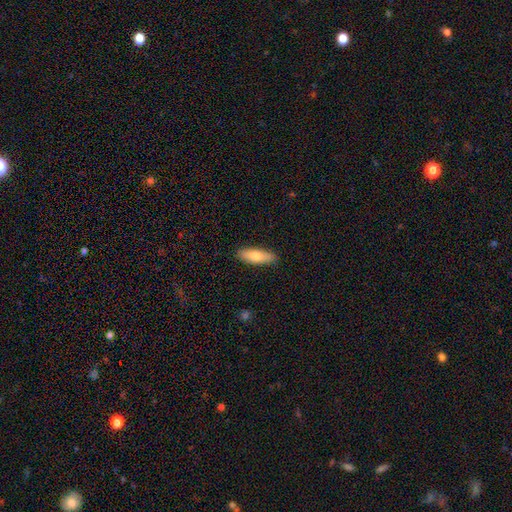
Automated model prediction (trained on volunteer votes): smooth 72%, featured or disk 22%, star or artifact 6%. Down the decision tree: how rounded — in between (51%); merging — none (89%).